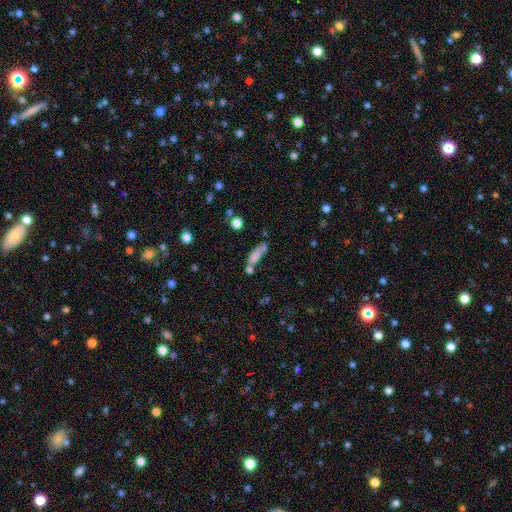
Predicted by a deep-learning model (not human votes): The model was most divided on "how rounded": in between: 49%, cigar-shaped: 47%, round: 4%. Remaining: smooth or featured — smooth (71%); merging — none (40%).